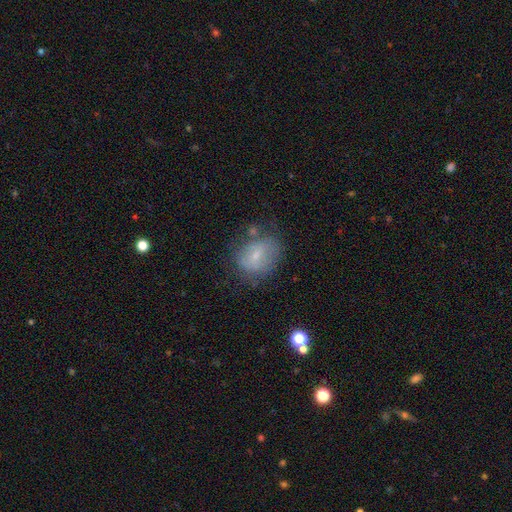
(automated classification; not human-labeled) smooth 58%, featured or disk 29%, star or artifact 13%. Down the decision tree: how rounded — round (51%); merging — none (63%).